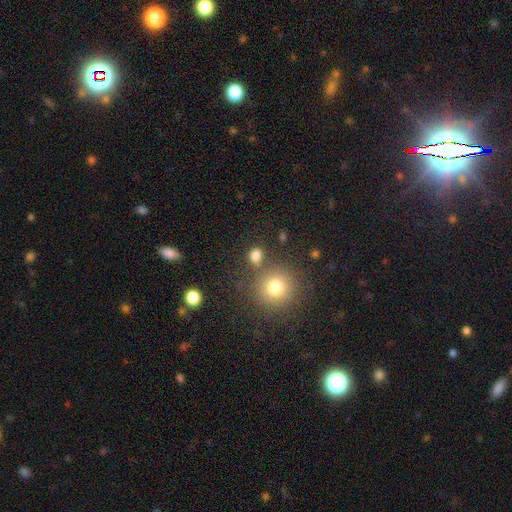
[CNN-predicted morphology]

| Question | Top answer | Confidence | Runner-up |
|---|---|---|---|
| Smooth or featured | smooth | 79% | star or artifact (15%) |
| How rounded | round | 74% | in between (25%) |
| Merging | none | 72% | merger (13%) |